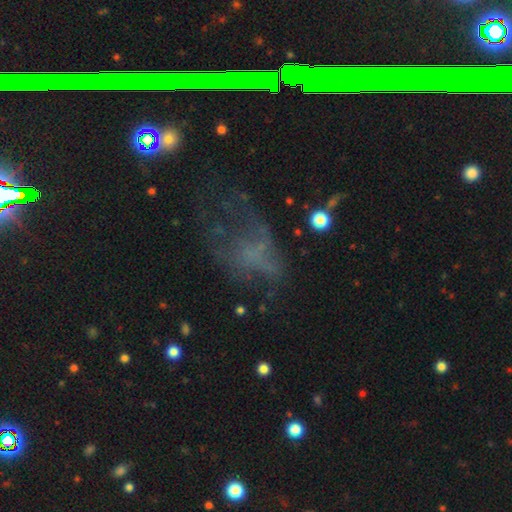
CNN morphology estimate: star or artifact 41%, featured or disk 33%, smooth 27%.